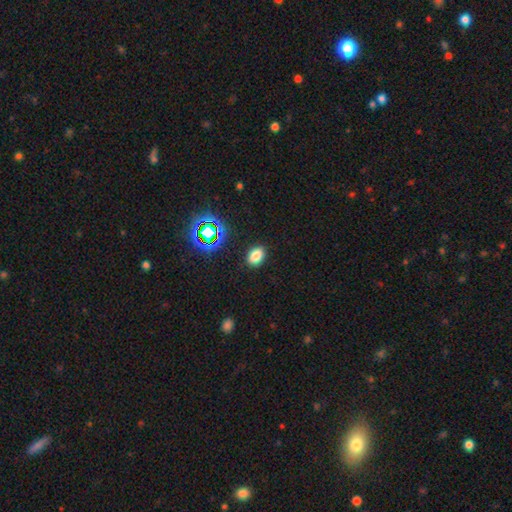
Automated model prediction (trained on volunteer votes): A smooth galaxy with no disk features (77%) that is in between round and cigar-shaped (77%). Merging: none (88%).